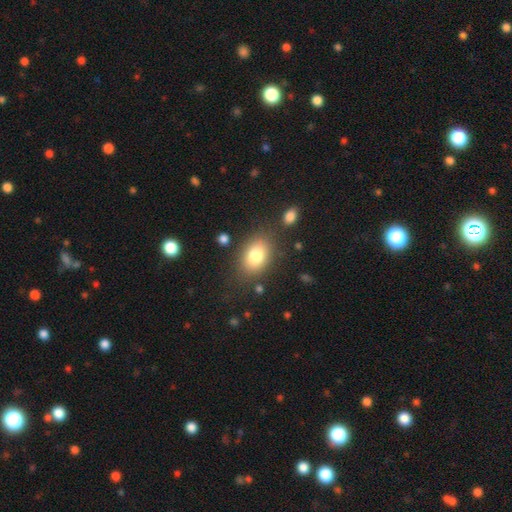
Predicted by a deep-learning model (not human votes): smooth-or-featured: smooth: 80% | featured or disk: 11% | star or artifact: 9%
  how-rounded: in between: 78% | round: 20% | cigar-shaped: 1%
  merging: none: 79% | minor disturbance: 13% | major disturbance: 5% | merger: 4%